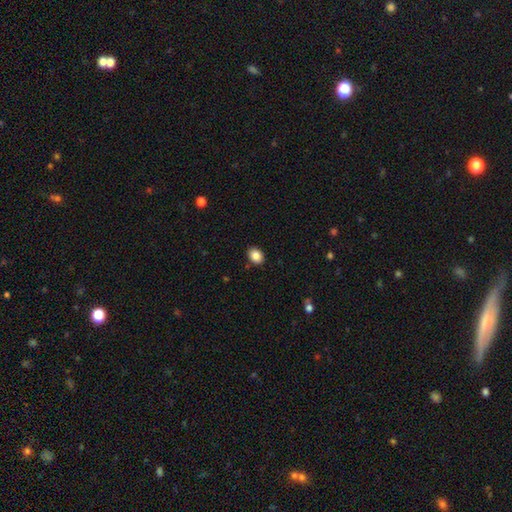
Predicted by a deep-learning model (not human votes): A smooth galaxy with no disk features (86%) that is in between round and cigar-shaped (67%). Merging: none (89%).